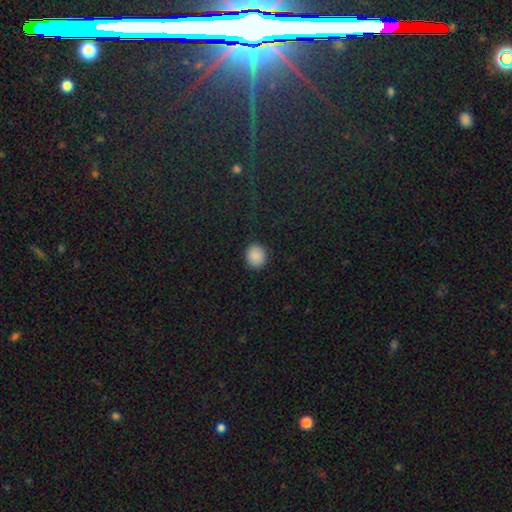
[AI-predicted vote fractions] The model was most divided on "how rounded": round: 78%, in between: 21%, cigar-shaped: 1%. More confident: merging — none (90%); smooth or featured — smooth (88%).